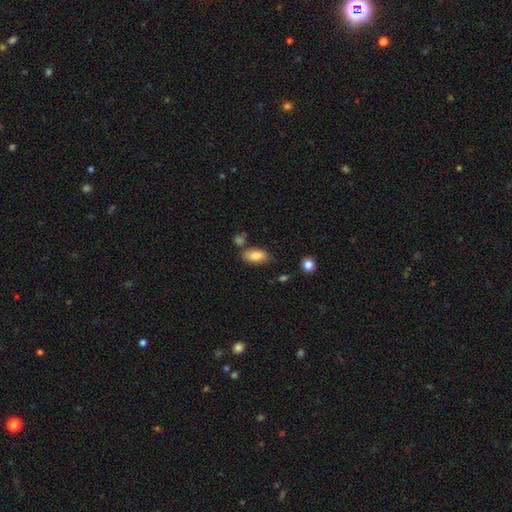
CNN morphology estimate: Smooth or featured? smooth (84%)
How rounded? in between (90%)
Merging? none (68%)